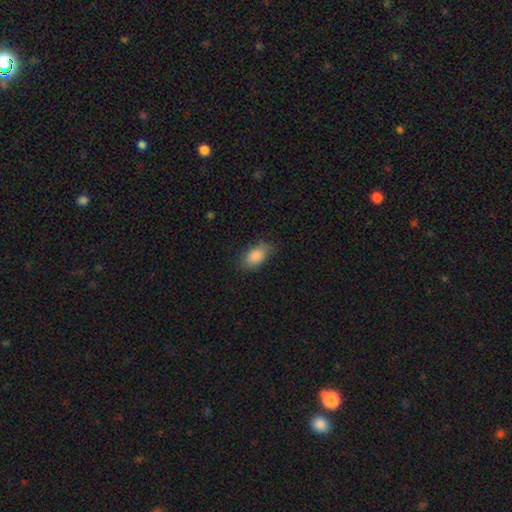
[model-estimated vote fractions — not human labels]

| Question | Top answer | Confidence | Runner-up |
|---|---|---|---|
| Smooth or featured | smooth | 86% | featured or disk (7%) |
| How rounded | in between | 90% | round (7%) |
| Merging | none | 75% | minor disturbance (19%) |